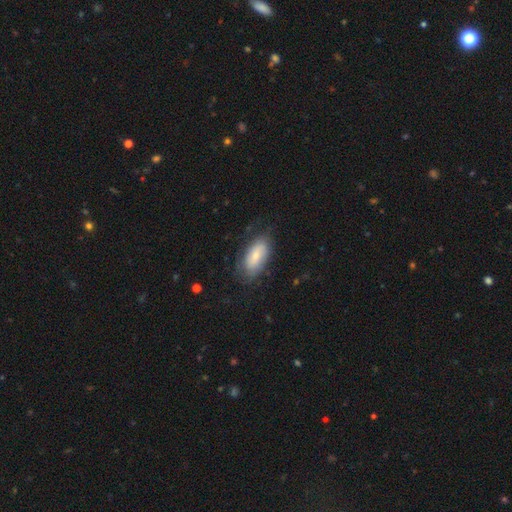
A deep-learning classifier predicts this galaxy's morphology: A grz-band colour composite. It shows a smooth galaxy with no disk features (62%) that is in between round and cigar-shaped (91%). Merging: none (68%).